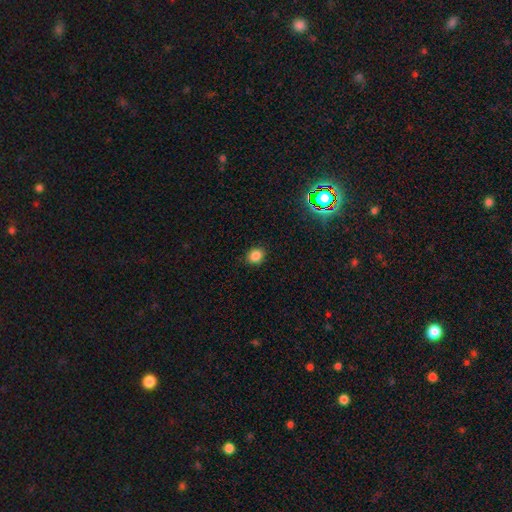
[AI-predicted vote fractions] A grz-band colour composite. It shows a smooth galaxy with no disk features (85%) that is round (63%). Merging: none (89%).